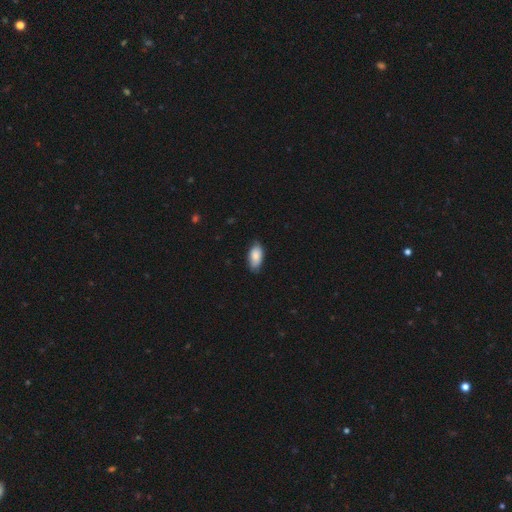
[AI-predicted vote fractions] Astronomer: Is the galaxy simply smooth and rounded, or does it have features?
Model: smooth — 82%.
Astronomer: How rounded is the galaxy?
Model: in between — 93%.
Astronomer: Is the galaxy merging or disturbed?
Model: none — 76%.